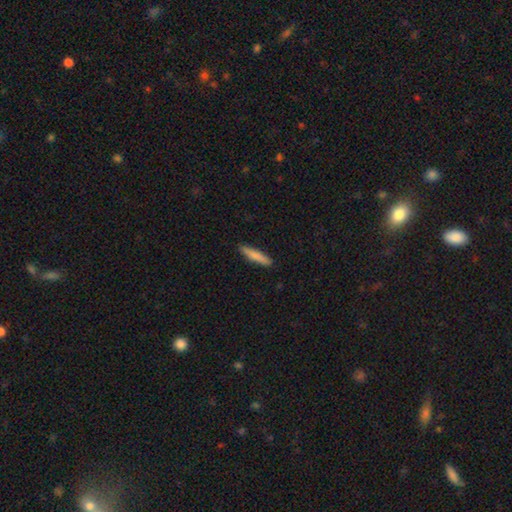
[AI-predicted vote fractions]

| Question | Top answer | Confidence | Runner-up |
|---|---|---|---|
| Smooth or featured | smooth | 80% | featured or disk (14%) |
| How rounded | cigar-shaped | 88% | in between (10%) |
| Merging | none | 89% | minor disturbance (8%) |